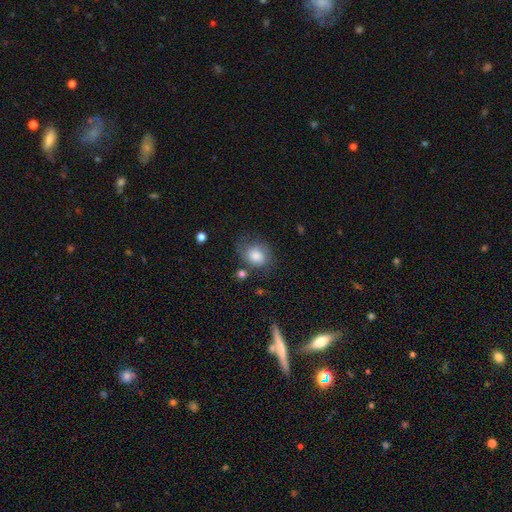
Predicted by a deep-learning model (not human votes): A smooth galaxy with no disk features (68%) that is round (55%). Merging: none (61%).